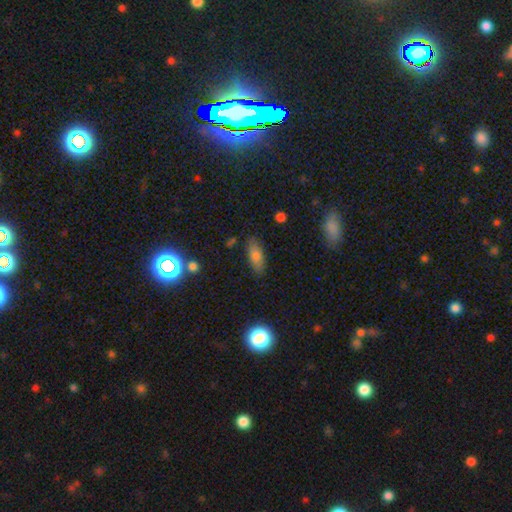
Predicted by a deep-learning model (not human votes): This appears to be a smooth galaxy with no disk features (74%) that is in between round and cigar-shaped (78%). Merging: none (83%).